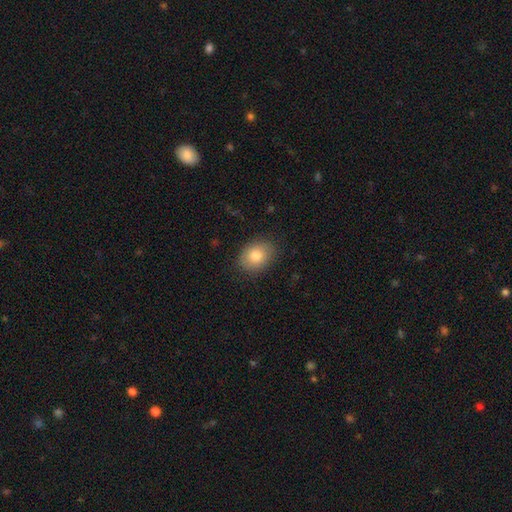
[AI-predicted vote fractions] smooth_or_featured: smooth (p=0.81) [alt: featured or disk p=0.10]
how_rounded: in between (p=0.61) [alt: round p=0.38]
merging: none (p=0.86) [alt: minor disturbance p=0.10]